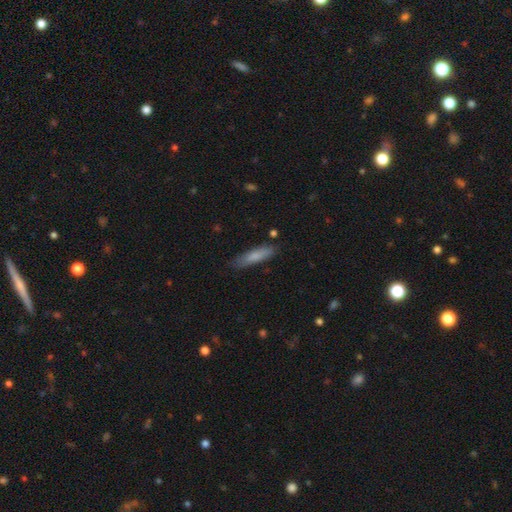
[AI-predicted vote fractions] Q: Smooth or featured?
A: smooth (78%); runner-up: featured or disk (16%)
Q: How rounded?
A: cigar-shaped (78%); runner-up: in between (20%)
Q: Merging?
A: none (80%); runner-up: minor disturbance (15%)